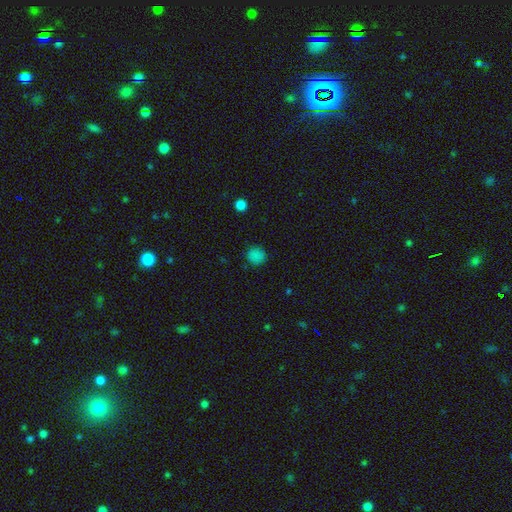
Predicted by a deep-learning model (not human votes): This appears to be a smooth galaxy with no disk features (82%) that is round (89%). Merging: none (88%).